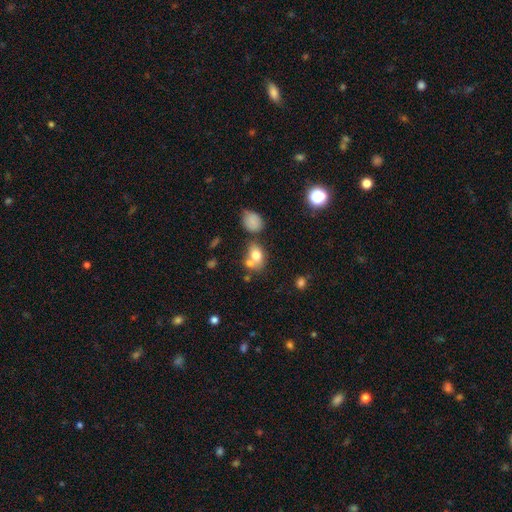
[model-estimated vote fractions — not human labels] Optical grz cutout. It shows a smooth galaxy with no disk features (74%) that is in between round and cigar-shaped (68%). Merging: none (42%).